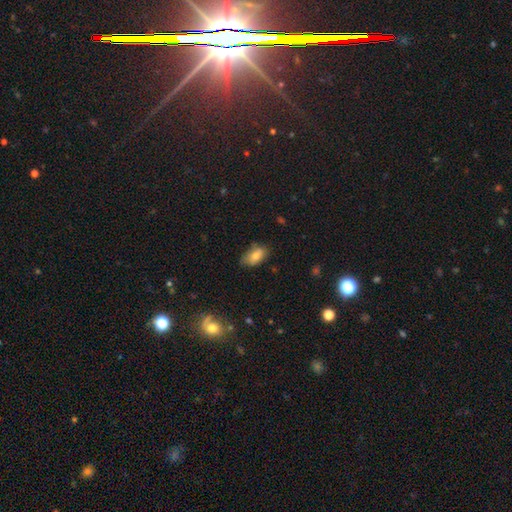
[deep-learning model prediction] Smooth or featured: smooth — 77% (featured or disk — 14%)
How rounded: in between — 91% (round — 5%)
Merging: none — 70% (minor disturbance — 23%)